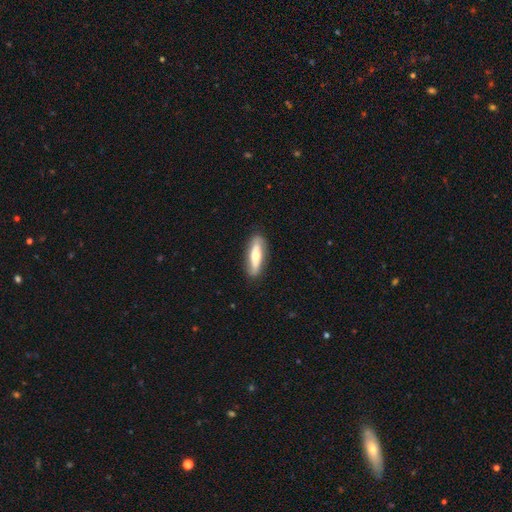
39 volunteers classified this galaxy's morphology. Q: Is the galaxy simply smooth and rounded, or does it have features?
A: smooth — 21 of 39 (54%).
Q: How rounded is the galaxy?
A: cigar-shaped — 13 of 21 (62%).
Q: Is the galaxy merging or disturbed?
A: none — 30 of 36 (83%).